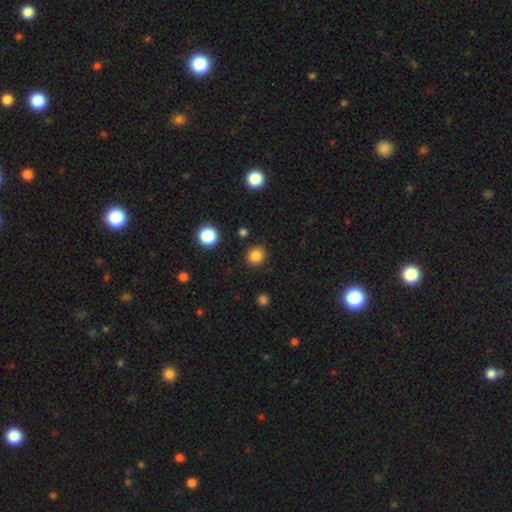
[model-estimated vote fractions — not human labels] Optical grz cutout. It shows a smooth galaxy with no disk features (83%) that is round (90%). Merging: none (89%).